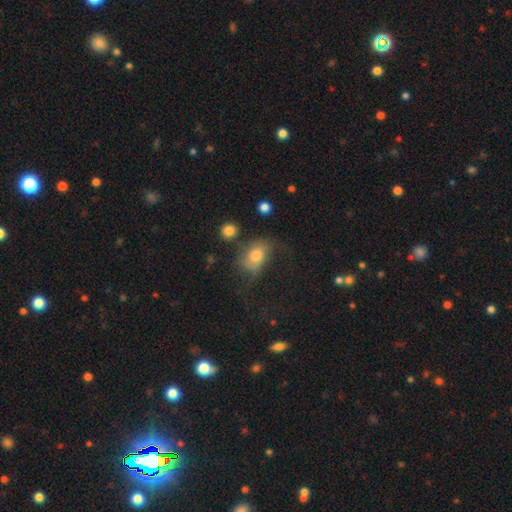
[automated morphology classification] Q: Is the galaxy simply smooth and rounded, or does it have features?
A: smooth — 64%.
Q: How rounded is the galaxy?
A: in between — 71%.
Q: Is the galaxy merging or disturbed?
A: none — 40%.